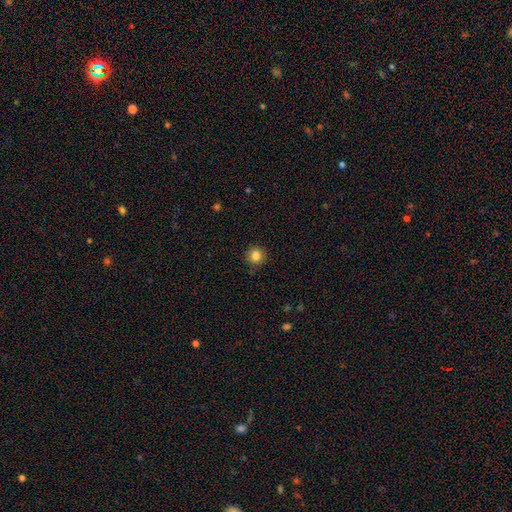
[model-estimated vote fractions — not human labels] smooth 84%, star or artifact 11%, featured or disk 5%. Down the decision tree: how rounded — round (91%); merging — none (89%).